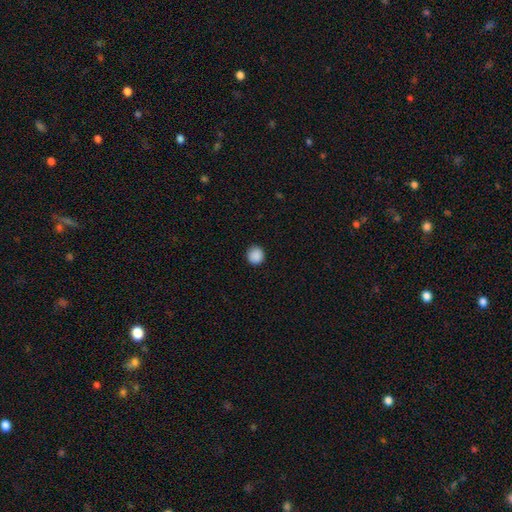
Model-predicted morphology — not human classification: A smooth galaxy with no disk features (89%) that is round (93%). Merging: none (91%).